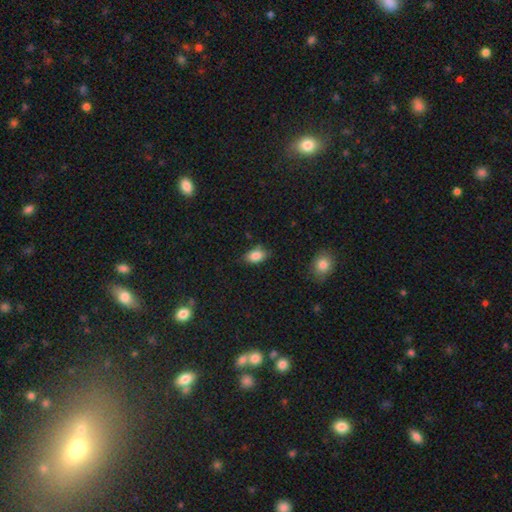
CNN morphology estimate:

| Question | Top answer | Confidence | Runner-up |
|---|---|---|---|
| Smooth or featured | smooth | 85% | star or artifact (9%) |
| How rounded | in between | 87% | round (11%) |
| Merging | none | 76% | minor disturbance (18%) |